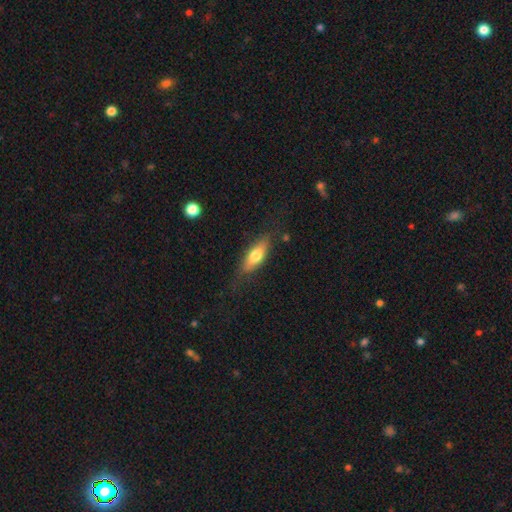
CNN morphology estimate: Smooth or featured? smooth (66%)
How rounded? in between (63%)
Merging? none (76%)